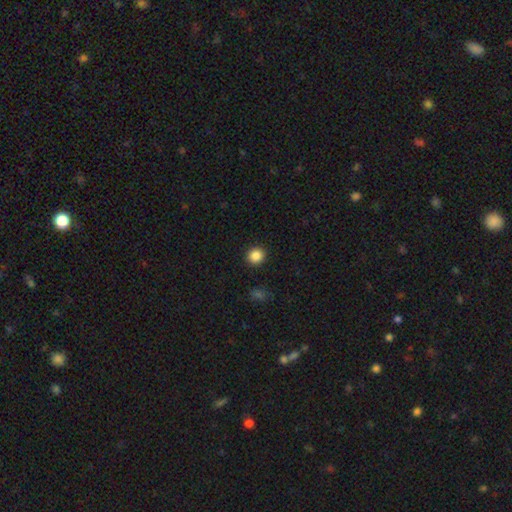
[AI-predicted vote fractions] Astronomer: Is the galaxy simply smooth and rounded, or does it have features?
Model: smooth — 86%.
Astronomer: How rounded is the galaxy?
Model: round — 90%.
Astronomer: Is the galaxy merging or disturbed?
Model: none — 92%.